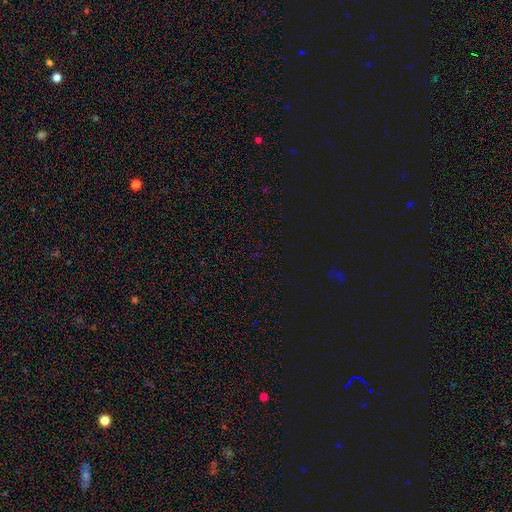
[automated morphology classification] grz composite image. It shows a star or artifact, not a galaxy (76%).